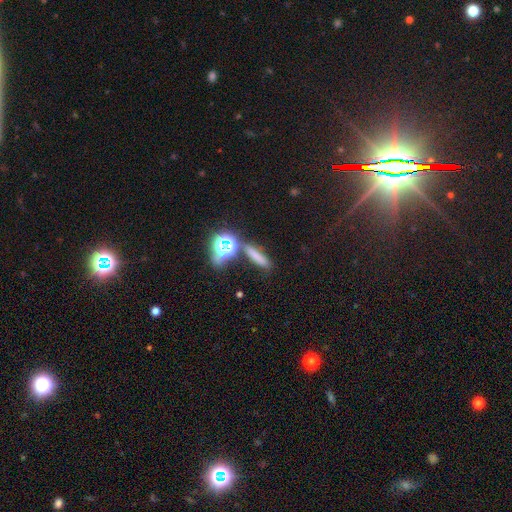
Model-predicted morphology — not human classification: Smooth or featured? smooth (64%)
How rounded? cigar-shaped (65%)
Merging? none (74%)